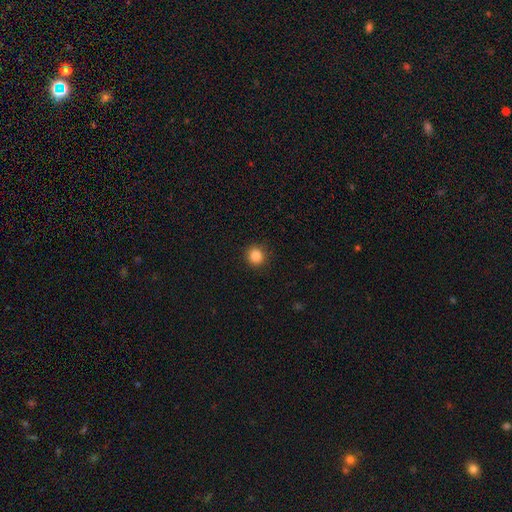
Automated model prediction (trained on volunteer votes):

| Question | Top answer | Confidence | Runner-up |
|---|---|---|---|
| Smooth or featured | smooth | 86% | star or artifact (11%) |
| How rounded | round | 90% | in between (9%) |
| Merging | none | 89% | minor disturbance (7%) |